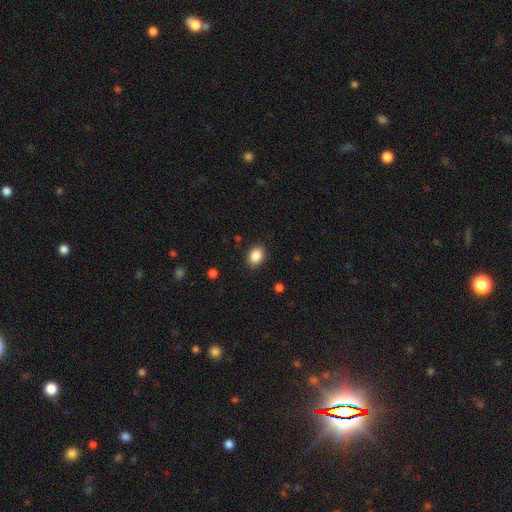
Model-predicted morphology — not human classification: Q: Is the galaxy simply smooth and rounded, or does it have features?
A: smooth — 87%.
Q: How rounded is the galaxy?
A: in between — 65%.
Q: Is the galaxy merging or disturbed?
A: none — 88%.